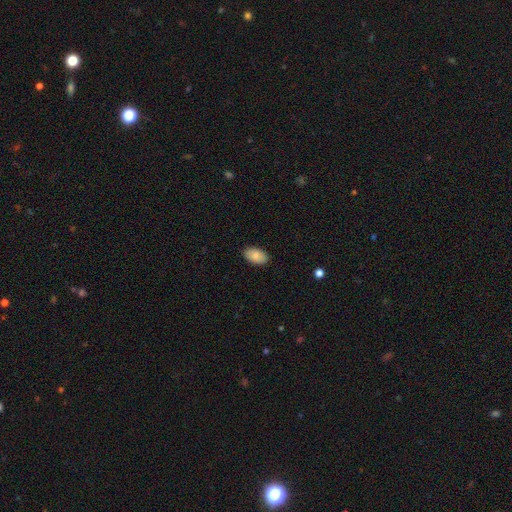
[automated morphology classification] This is clearly a smooth galaxy (85%). How rounded: clearly in between (94%). Merging: clearly none (89%).